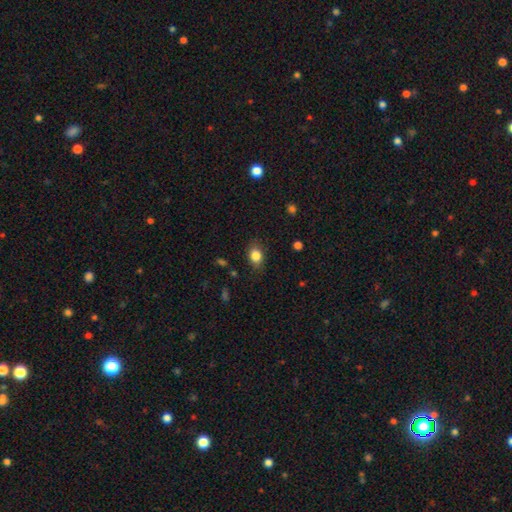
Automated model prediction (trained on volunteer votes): smooth 84%, star or artifact 9%, featured or disk 7%. Down the decision tree: how rounded — in between (70%); merging — none (81%).